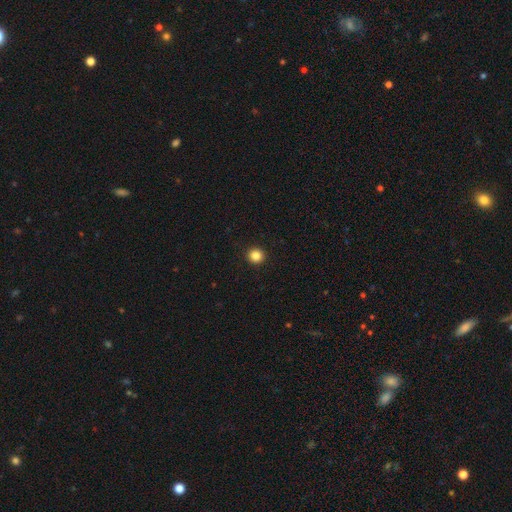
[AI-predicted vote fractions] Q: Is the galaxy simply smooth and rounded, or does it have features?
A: smooth — 85%.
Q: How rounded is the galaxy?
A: round — 94%.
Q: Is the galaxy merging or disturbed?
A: none — 94%.